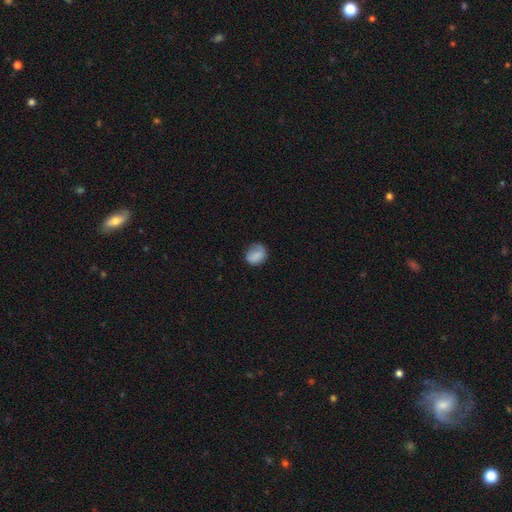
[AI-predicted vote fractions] The model was most divided on "how rounded": round: 61%, in between: 38%, cigar-shaped: 1%. More confident: smooth or featured — smooth (82%); merging — none (64%).